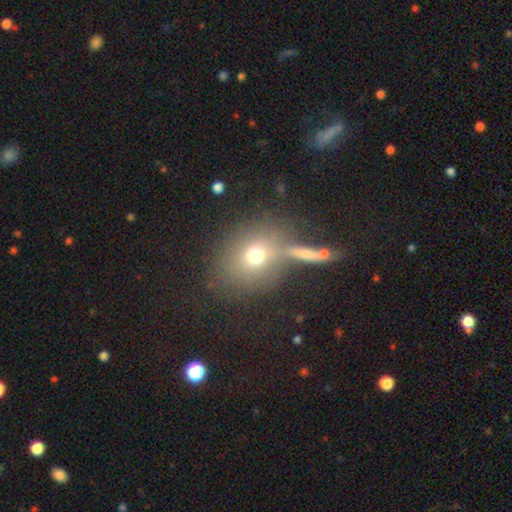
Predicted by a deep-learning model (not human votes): smooth 69%, featured or disk 17%, star or artifact 14%. Down the decision tree: how rounded — round (70%); merging — none (61%).